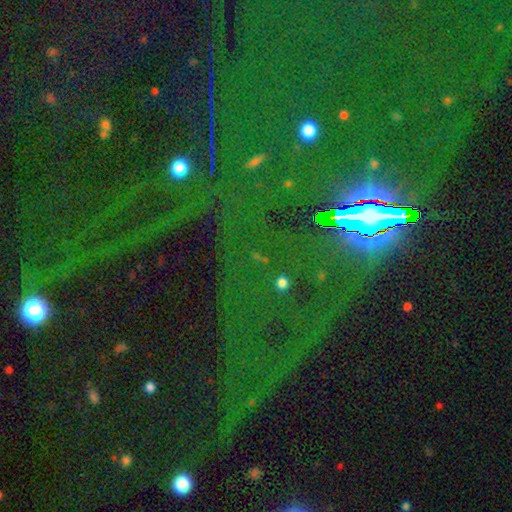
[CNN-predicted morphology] A star or artifact, not a galaxy (84%).